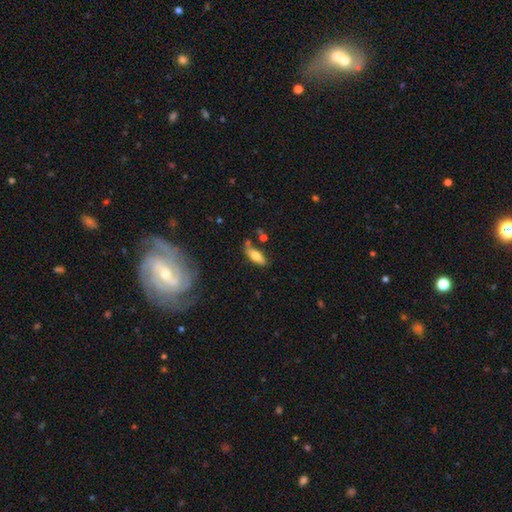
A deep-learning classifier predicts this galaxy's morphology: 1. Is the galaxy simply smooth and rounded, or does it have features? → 71% smooth, 22% featured or disk, 7% star or artifact.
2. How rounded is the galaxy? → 69% in between, 28% cigar-shaped, 2% round.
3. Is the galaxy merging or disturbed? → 65% none, 21% minor disturbance, 9% merger, 6% major disturbance.